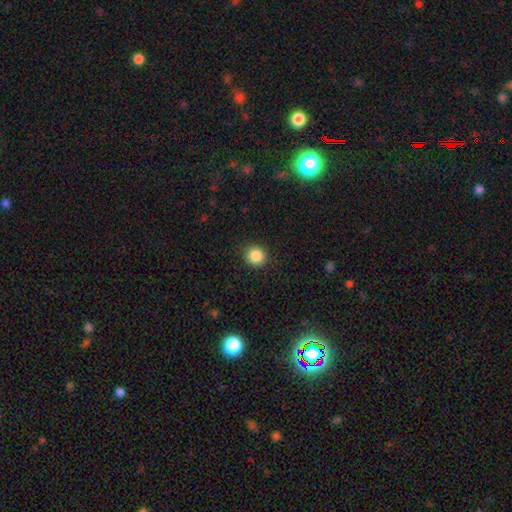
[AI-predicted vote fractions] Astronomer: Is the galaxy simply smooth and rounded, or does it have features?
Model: smooth — 86%.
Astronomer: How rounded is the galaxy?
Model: round — 90%.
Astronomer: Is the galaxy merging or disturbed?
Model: none — 90%.